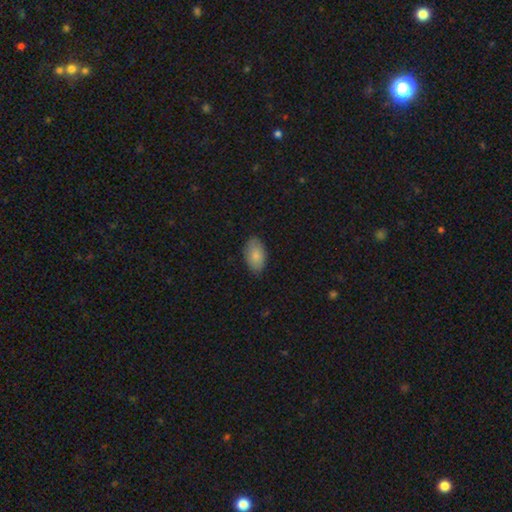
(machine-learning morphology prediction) smooth_or_featured: smooth (p=0.83) [alt: featured or disk p=0.10]
how_rounded: in between (p=0.93) [alt: round p=0.05]
merging: none (p=0.84) [alt: minor disturbance p=0.13]